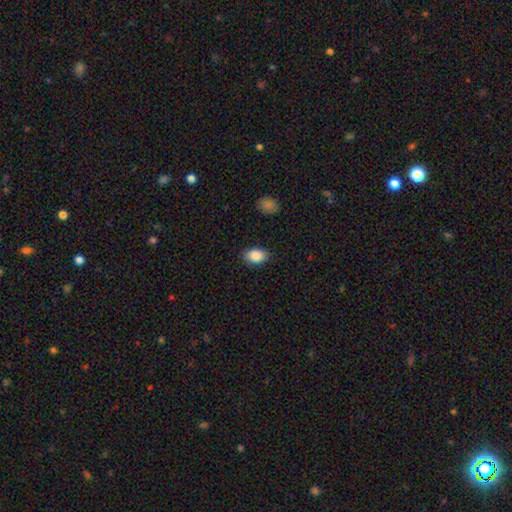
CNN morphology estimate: A smooth galaxy with no disk features (88%) that is in between round and cigar-shaped (87%).

Vote fractions:
- Smooth or featured? smooth: 88% / star or artifact: 7% / featured or disk: 5%
- How rounded? in between: 87% / round: 11% / cigar-shaped: 1%
- Merging? none: 87% / minor disturbance: 10% / major disturbance: 2% / merger: 1%